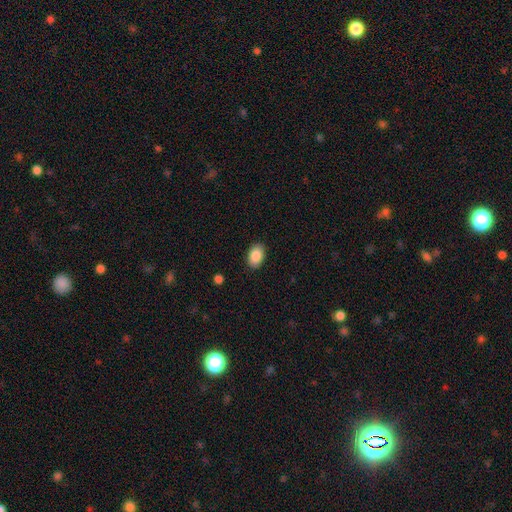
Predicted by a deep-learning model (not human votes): Smooth or featured? Predicted: smooth (p=0.89). How rounded? Predicted: in between (p=0.89). Merging? Predicted: none (p=0.88).